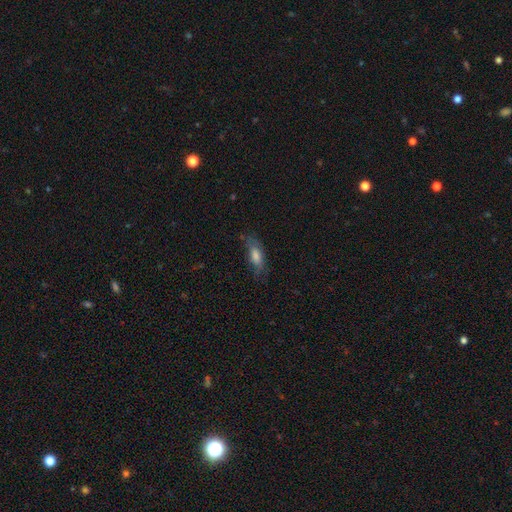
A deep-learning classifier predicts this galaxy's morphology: The model was most divided on "smooth or featured": smooth: 63%, featured or disk: 26%, star or artifact: 10%. More confident: how rounded — in between (67%); merging — none (64%).